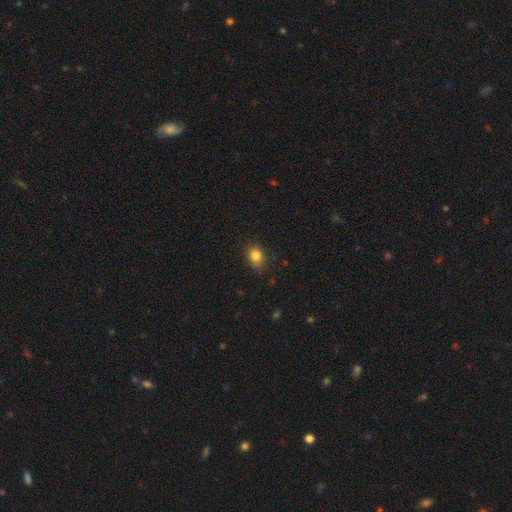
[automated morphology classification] type=smooth (83%); roundness=round (55%); merging=none (79%).